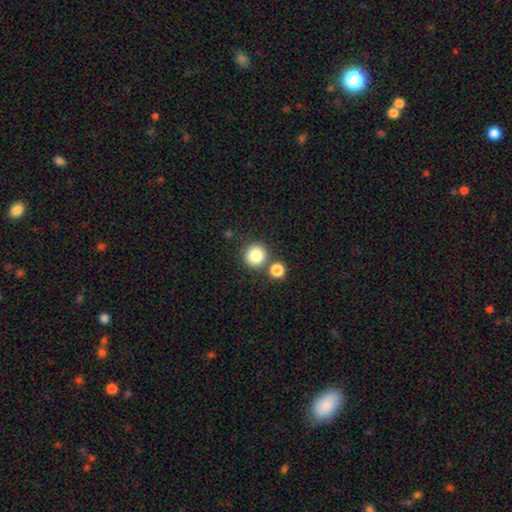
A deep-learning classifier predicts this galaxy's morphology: Overall: smooth (83%). How rounded: round (94%). Merging: none (75%).